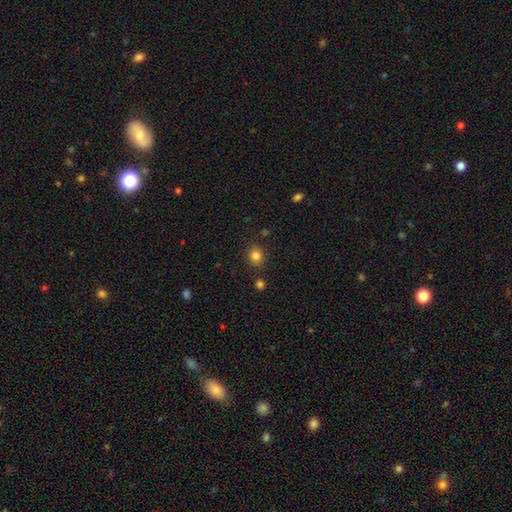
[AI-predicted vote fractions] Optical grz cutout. It shows a smooth galaxy with no disk features (83%) that is round (82%). Merging: none (86%).